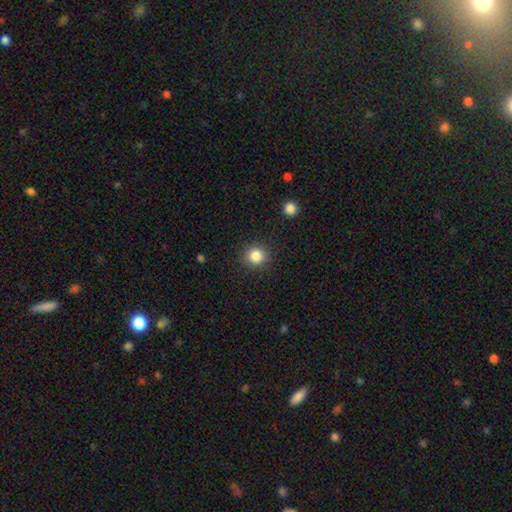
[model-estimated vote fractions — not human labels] smooth_or_featured: smooth (p=0.83) [alt: star or artifact p=0.11]
how_rounded: round (p=0.89) [alt: in between p=0.10]
merging: none (p=0.90) [alt: minor disturbance p=0.07]